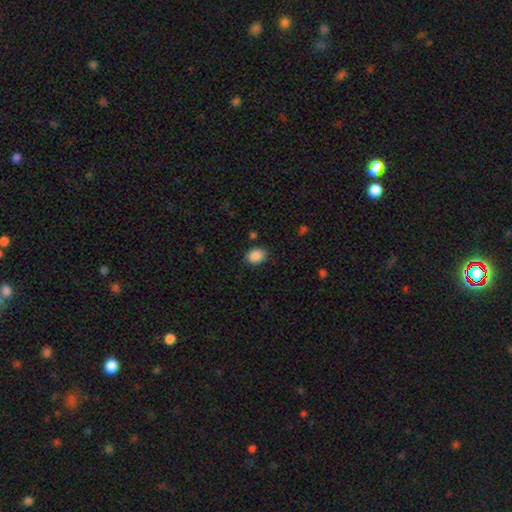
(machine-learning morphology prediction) Smooth or featured: smooth — 88% (star or artifact — 8%)
How rounded: in between — 63% (round — 37%)
Merging: none — 85% (minor disturbance — 11%)